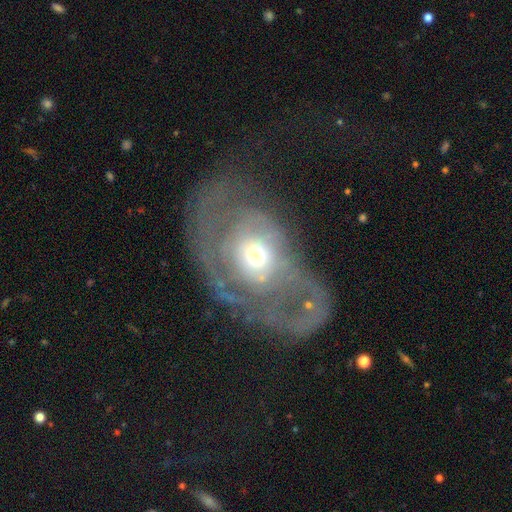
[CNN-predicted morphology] Smooth or featured? featured or disk (72%)
Edge-on disk? no (94%)
Bar? no (79%)
Spiral arms? yes (57%)
Bulge size? moderate (58%)
Merging? none (39%, tied with major disturbance)